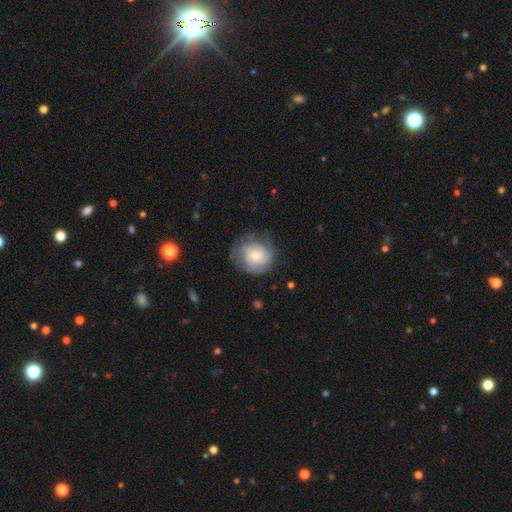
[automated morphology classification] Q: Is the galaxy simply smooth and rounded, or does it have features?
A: smooth — 49%.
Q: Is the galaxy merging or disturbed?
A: none — 62%.